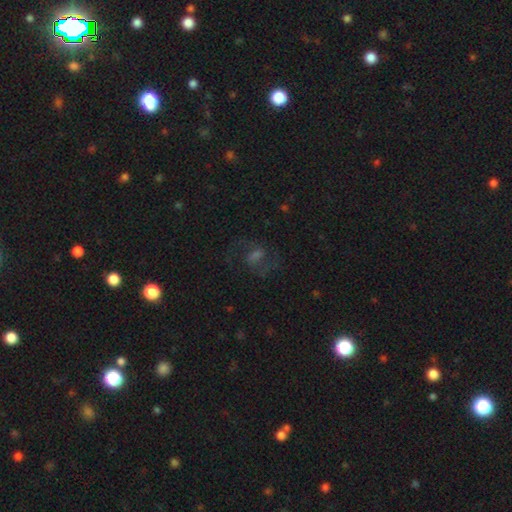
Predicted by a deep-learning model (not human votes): A featured or disk galaxy (54%) with a weak bar (48%), spiral arms (84%) and a moderate central bulge (34%). Merging: none (68%).